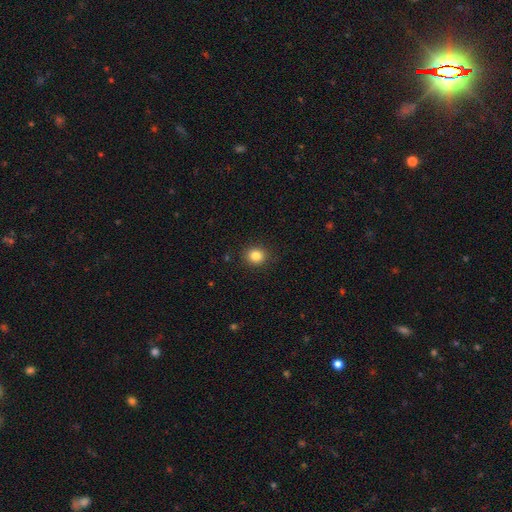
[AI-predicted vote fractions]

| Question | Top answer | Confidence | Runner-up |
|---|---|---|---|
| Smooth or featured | smooth | 84% | star or artifact (11%) |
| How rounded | round | 81% | in between (18%) |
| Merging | none | 90% | minor disturbance (7%) |